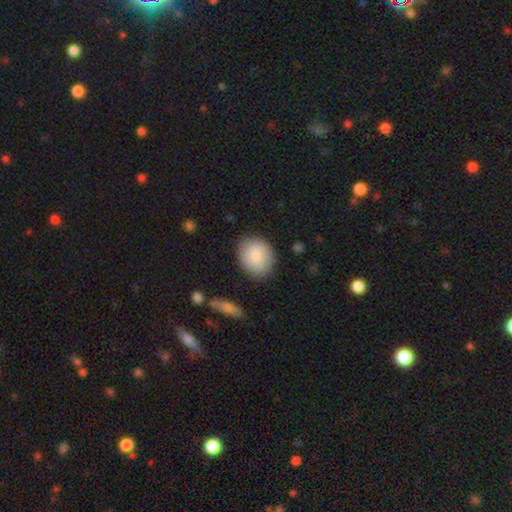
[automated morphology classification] smooth-or-featured: smooth: 81% | featured or disk: 13% | star or artifact: 6%
  how-rounded: round: 60% | in between: 39% | cigar-shaped: 1%
  merging: none: 82% | minor disturbance: 13% | major disturbance: 3% | merger: 2%